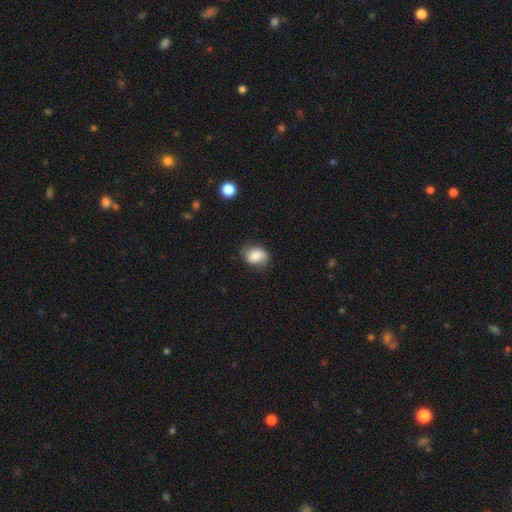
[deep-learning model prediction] A smooth galaxy with no disk features (72%) that is in between round and cigar-shaped (62%).

Vote fractions:
- Smooth or featured? smooth: 72% / featured or disk: 19% / star or artifact: 9%
- How rounded? in between: 62% / round: 37% / cigar-shaped: 1%
- Merging? none: 67% / minor disturbance: 25% / major disturbance: 7% / merger: 1%